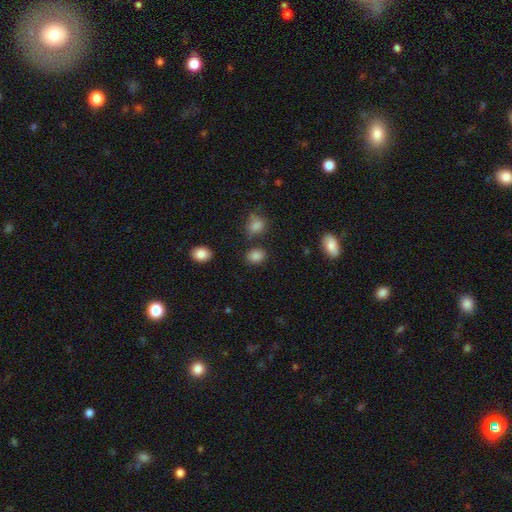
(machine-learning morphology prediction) Smooth or featured: smooth — 84% (star or artifact — 12%)
How rounded: in between — 49% (tied with round — 49%)
Merging: none — 79% (minor disturbance — 12%)